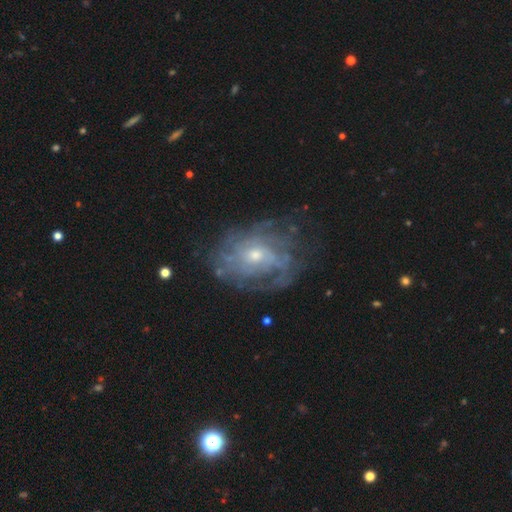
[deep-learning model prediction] Morphology: type=featured or disk (79%); edge-on=no (97%); bar=no (74%); spiral arms=yes (80%); winding=tight (56%); arm count=can't tell (57%); bulge=small (54%); merging=none (63%).